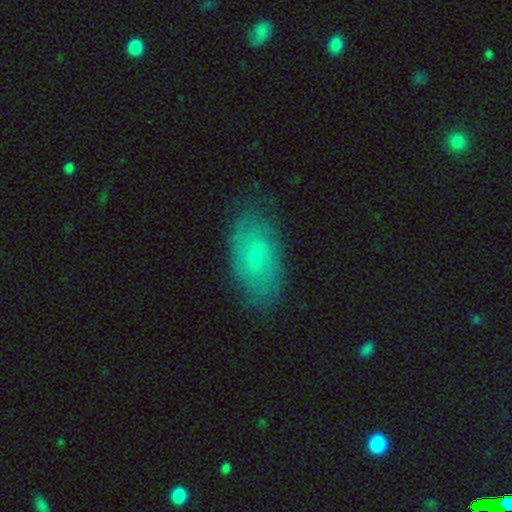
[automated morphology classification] This appears to be a smooth galaxy with no disk features (50%). Merging: none (78%).